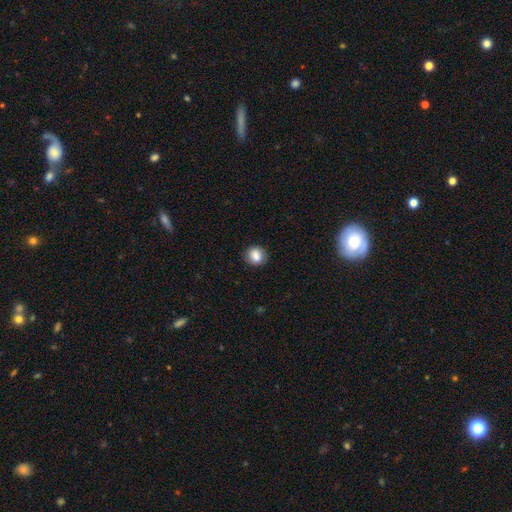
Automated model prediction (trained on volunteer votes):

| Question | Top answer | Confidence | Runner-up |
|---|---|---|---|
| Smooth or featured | smooth | 83% | star or artifact (9%) |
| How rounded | round | 74% | in between (25%) |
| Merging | none | 86% | minor disturbance (11%) |